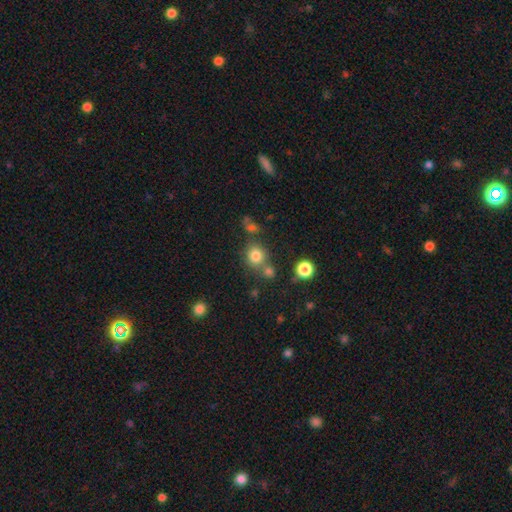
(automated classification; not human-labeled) Smooth or featured?
  - smooth: 78% *
  - star or artifact: 14%
  - featured or disk: 7%
How rounded?
  - round: 85% *
  - in between: 14%
  - cigar-shaped: 1%
Merging?
  - none: 66% *
  - merger: 19%
  - minor disturbance: 10%
  - major disturbance: 4%